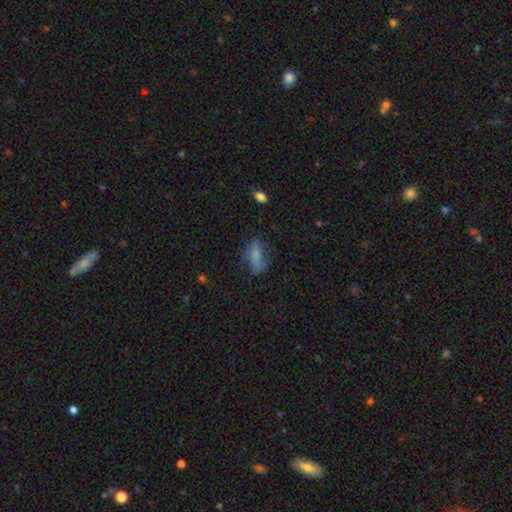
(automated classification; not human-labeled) Q: Smooth or featured?
A: smooth (68%); runner-up: featured or disk (21%)
Q: How rounded?
A: in between (78%); runner-up: cigar-shaped (17%)
Q: Merging?
A: none (49%); runner-up: minor disturbance (28%)